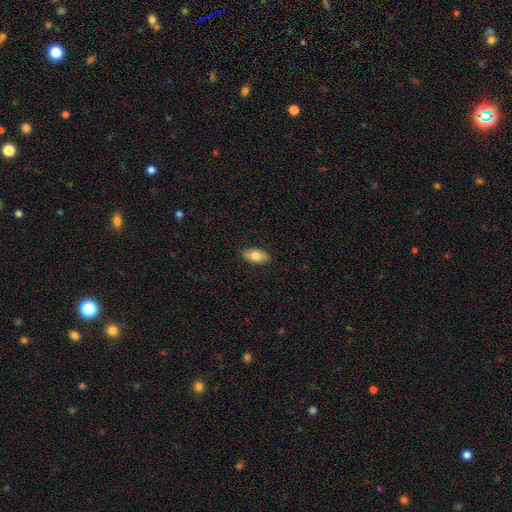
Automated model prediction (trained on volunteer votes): Q: Smooth or featured?
A: smooth (77%); runner-up: featured or disk (16%)
Q: How rounded?
A: in between (91%); runner-up: cigar-shaped (5%)
Q: Merging?
A: none (89%); runner-up: minor disturbance (8%)